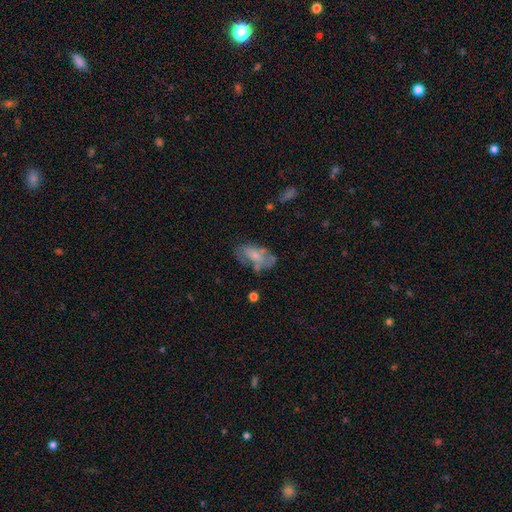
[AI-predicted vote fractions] A smooth galaxy with no disk features (52%) that is in between round and cigar-shaped (91%). Merging: none (44%).